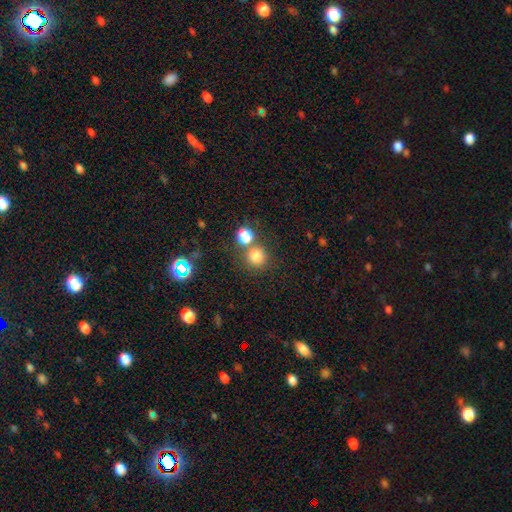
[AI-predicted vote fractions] Smooth or featured? smooth (79%)
How rounded? round (87%)
Merging? none (65%)